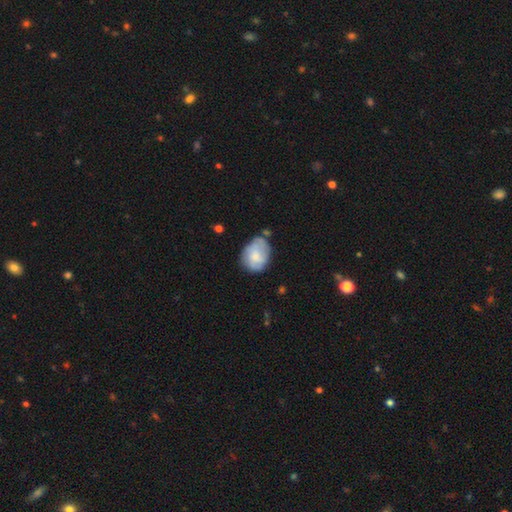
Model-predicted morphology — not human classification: Overall: smooth (61%; featured or disk 32%). How rounded: in between (67%; round 32%). Merging: none (53%; minor disturbance 31%).